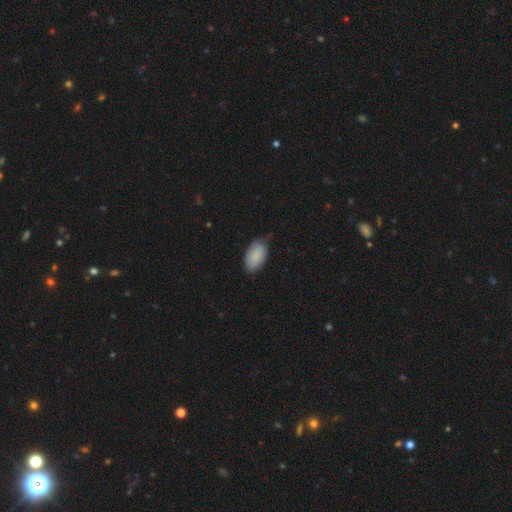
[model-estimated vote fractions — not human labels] This appears to be a smooth galaxy with no disk features (86%) that is in between round and cigar-shaped (94%). Merging: none (67%).